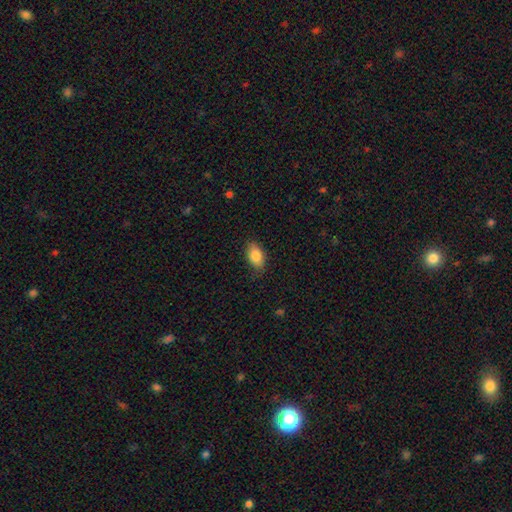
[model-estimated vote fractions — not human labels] Morphology: type=smooth (85%); roundness=in between (90%); merging=none (84%).